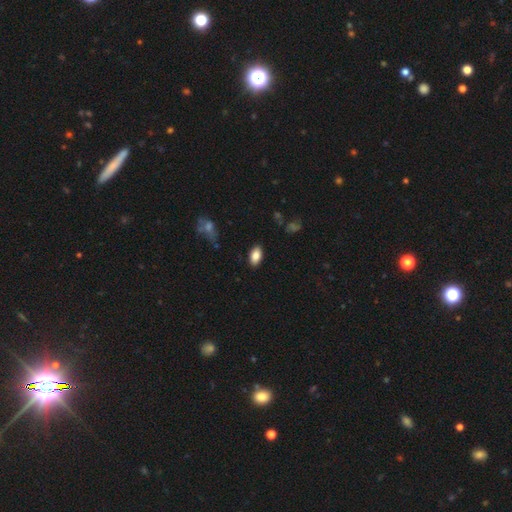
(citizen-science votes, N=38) smooth_or_featured: smooth (p=0.92) [alt: featured or disk p=0.05]
how_rounded: in between (p=0.97) [alt: round p=0.03]
merging: none (p=0.84) [alt: minor disturbance p=0.14]